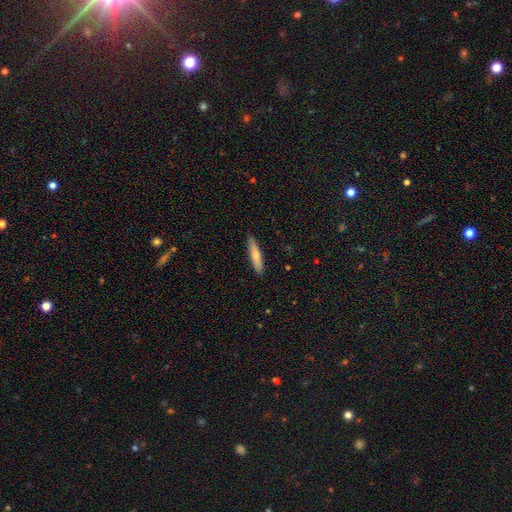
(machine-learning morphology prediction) smooth-or-featured: smooth: 75% | featured or disk: 20% | star or artifact: 5%
  how-rounded: cigar-shaped: 86% | in between: 13% | round: 1%
  merging: none: 90% | minor disturbance: 8% | major disturbance: 1% | merger: 1%